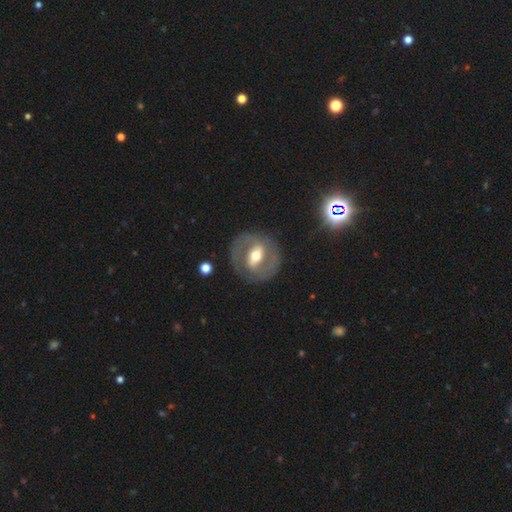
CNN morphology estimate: Smooth or featured? Predicted: featured or disk (p=0.75). Edge-on disk? Predicted: no (p=0.95). Bar? Predicted: strong (p=0.50). Spiral arms? Predicted: yes (p=0.64). Bulge size? Predicted: moderate (p=0.72). Merging? Predicted: none (p=0.81).